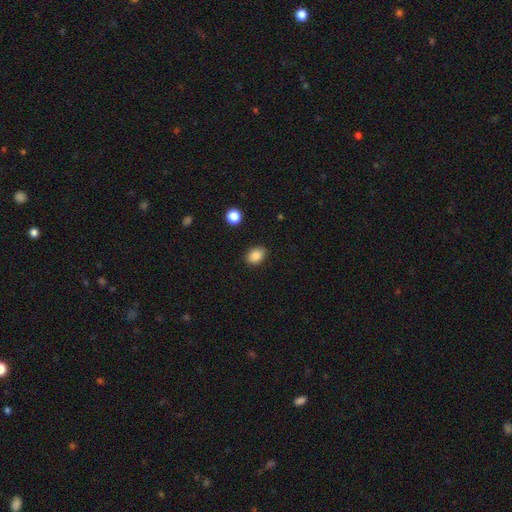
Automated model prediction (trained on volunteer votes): This appears to be a smooth galaxy with no disk features (87%) that is in between round and cigar-shaped (70%). Merging: none (85%).